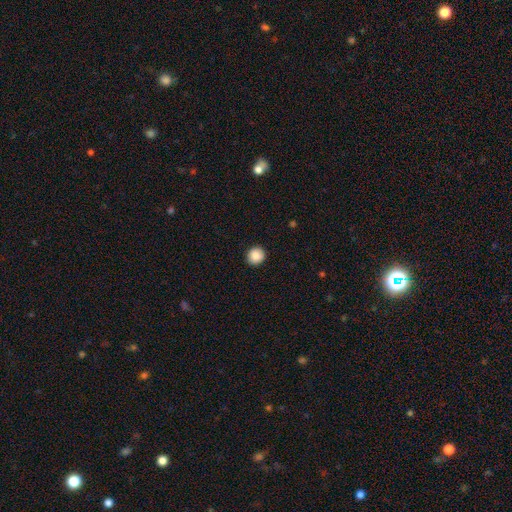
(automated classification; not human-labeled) smooth 87%, star or artifact 8%, featured or disk 4%. Down the decision tree: how rounded — round (90%); merging — none (91%).